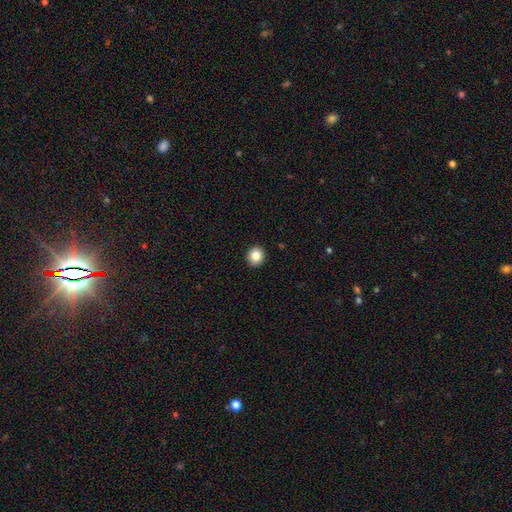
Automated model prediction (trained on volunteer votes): A smooth galaxy with no disk features (84%) that is round (90%).

Vote fractions:
- Smooth or featured? smooth: 84% / star or artifact: 10% / featured or disk: 6%
- How rounded? round: 90% / in between: 10% / cigar-shaped: 1%
- Merging? none: 93% / minor disturbance: 5% / major disturbance: 1% / merger: 1%